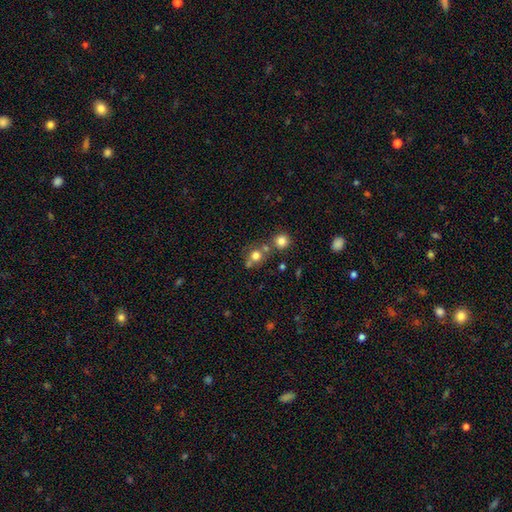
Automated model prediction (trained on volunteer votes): This appears to be a smooth galaxy with no disk features (72%) that is round (78%). Merging: none (49%).